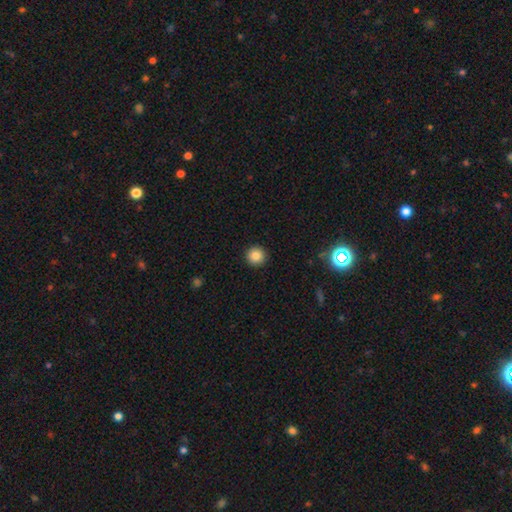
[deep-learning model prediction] The model was most divided on "smooth or featured": smooth: 85%, star or artifact: 10%, featured or disk: 5%. More confident: how rounded — round (95%); merging — none (93%).